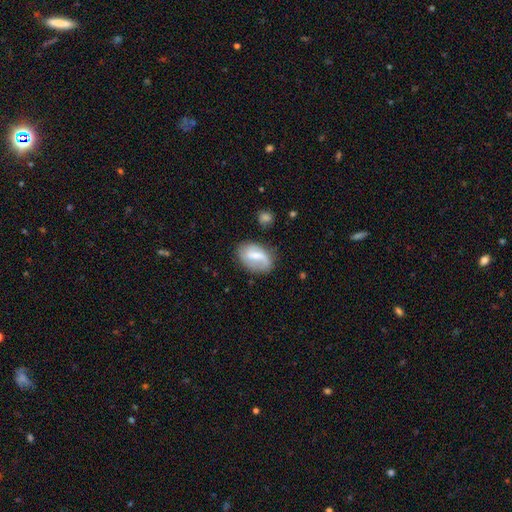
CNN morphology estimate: Smooth or featured?
  - featured or disk: 53% *
  - smooth: 39%
  - star or artifact: 7%
Edge-on disk?
  - no: 96% *
  - yes: 4%
Bar?
  - weak: 52% *
  - strong: 25%
  - no: 23%
Spiral arms?
  - yes: 81% *
  - no: 19%
Bulge size?
  - moderate: 36% *
  - small: 35%
  - none: 19%
  - large: 8%
  - dominant: 2%
Merging?
  - none: 65% *
  - minor disturbance: 23%
  - major disturbance: 9%
  - merger: 3%